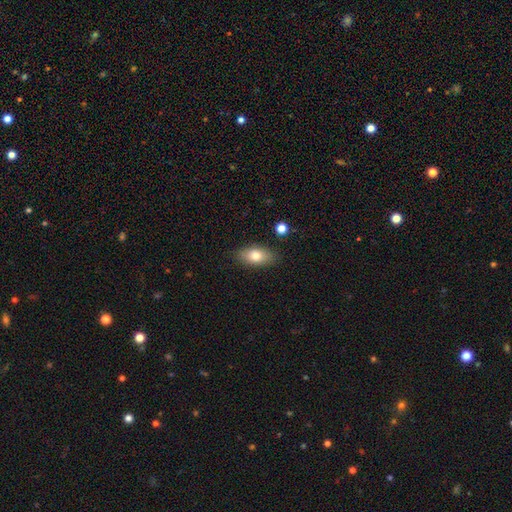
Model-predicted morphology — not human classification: Overall: smooth (76%). How rounded: in between (86%). Merging: none (86%).